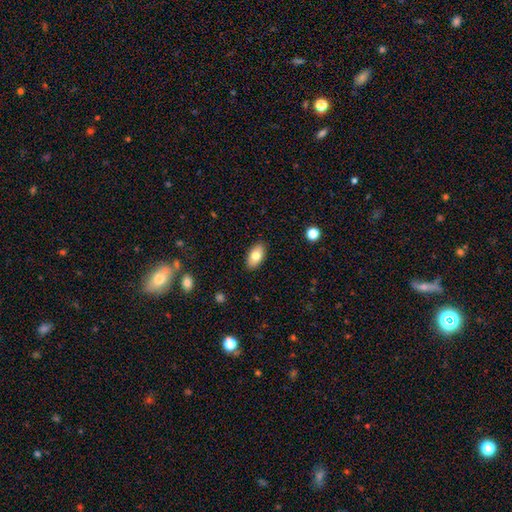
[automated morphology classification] Overall: smooth (79%). How rounded: in between (93%). Merging: none (89%).